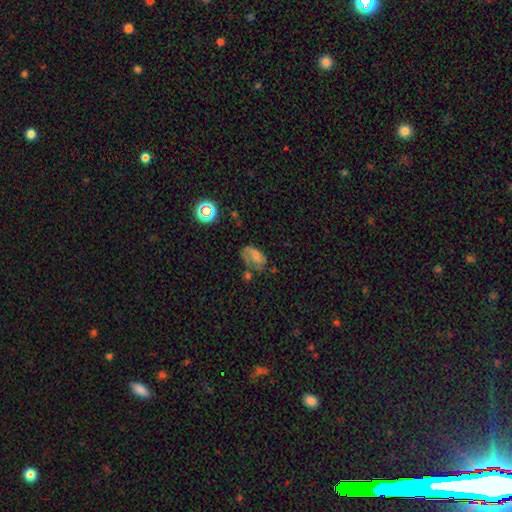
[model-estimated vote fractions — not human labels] This is possibly a featured or disk galaxy (50%). Merging: marginally none (43%).